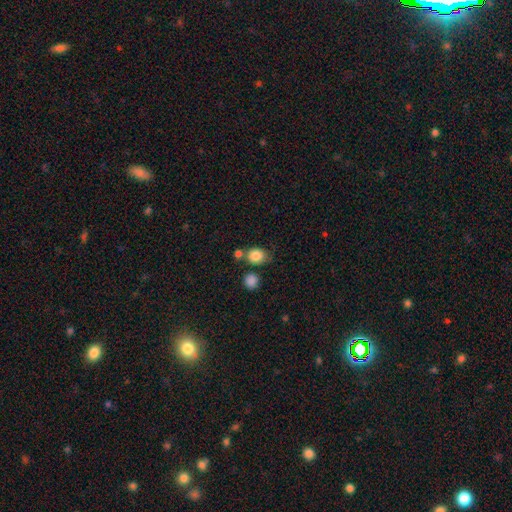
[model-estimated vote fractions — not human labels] smooth-or-featured: smooth: 84% | star or artifact: 10% | featured or disk: 6%
  how-rounded: round: 67% | in between: 32% | cigar-shaped: 1%
  merging: none: 62% | merger: 19% | minor disturbance: 14% | major disturbance: 5%